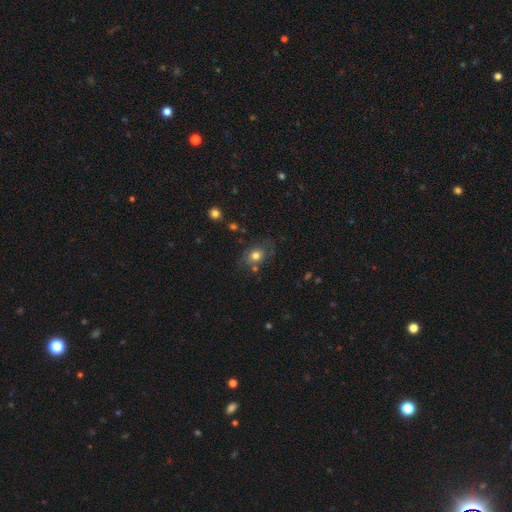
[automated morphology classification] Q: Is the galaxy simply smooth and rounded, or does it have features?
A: smooth — 75%.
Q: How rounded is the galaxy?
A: round — 51%.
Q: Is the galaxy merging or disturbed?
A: none — 67%.